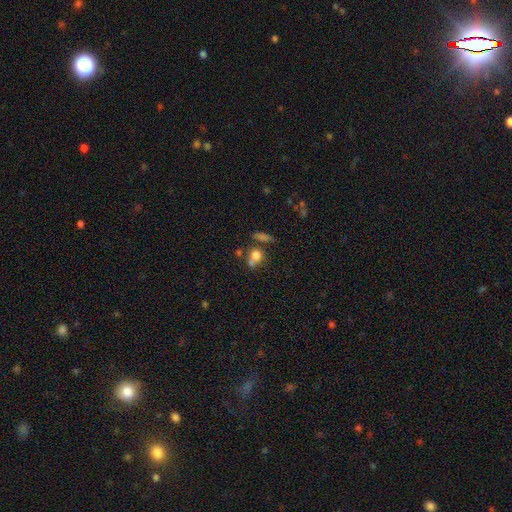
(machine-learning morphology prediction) The model was most divided on "merging": none: 41%, merger: 36%, minor disturbance: 14%, major disturbance: 9%. More confident: smooth or featured — smooth (73%); how rounded — round (61%).